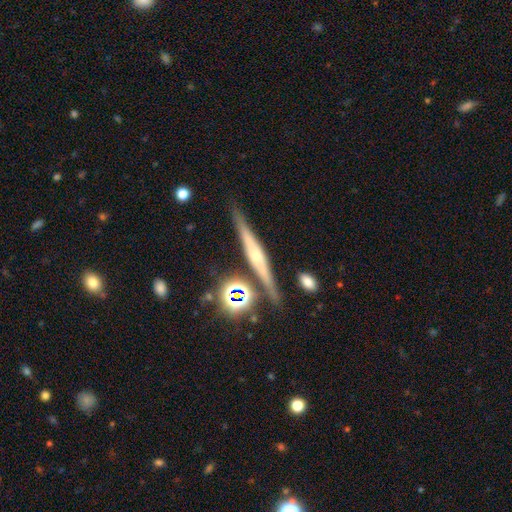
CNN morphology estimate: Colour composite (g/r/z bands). It shows a featured or disk galaxy (64%) viewed edge-on (96%) with a rounded central bulge (65%). Merging: none (84%).